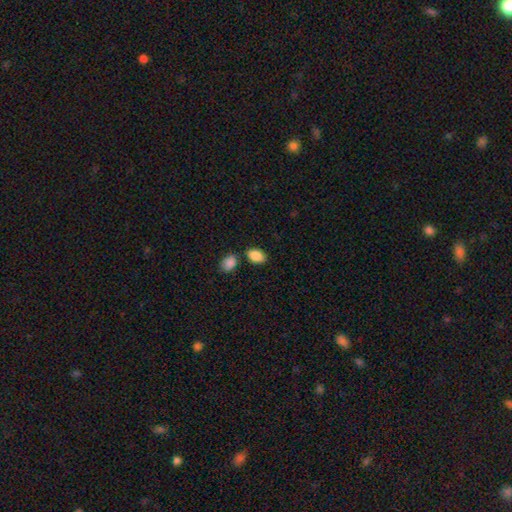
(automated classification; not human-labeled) Q: Smooth or featured?
A: smooth (88%); runner-up: star or artifact (8%)
Q: How rounded?
A: in between (88%); runner-up: round (10%)
Q: Merging?
A: none (77%); runner-up: minor disturbance (11%)